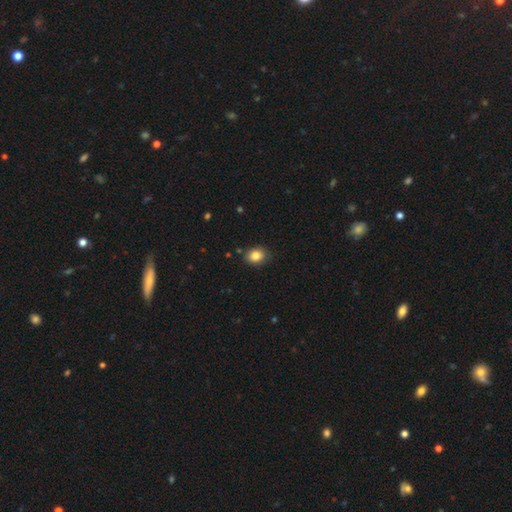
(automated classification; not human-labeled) This appears to be a smooth galaxy with no disk features (85%) that is in between round and cigar-shaped (53%). Merging: none (82%).